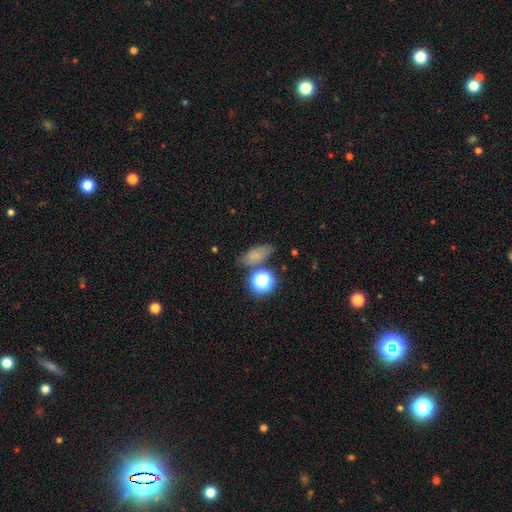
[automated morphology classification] A smooth galaxy with no disk features (67%) that is in between round and cigar-shaped (64%).

Vote fractions:
- Smooth or featured? smooth: 67% / star or artifact: 20% / featured or disk: 13%
- How rounded? in between: 64% / round: 21% / cigar-shaped: 15%
- Merging? none: 65% / minor disturbance: 18% / merger: 11% / major disturbance: 7%